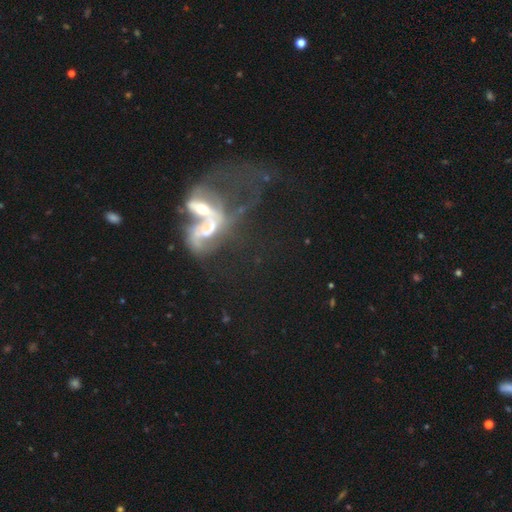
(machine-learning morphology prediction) A featured or disk galaxy (61%) with no bar (69%), no spiral arms (66%) and a moderate central bulge (42%). Merging: merger (59%).